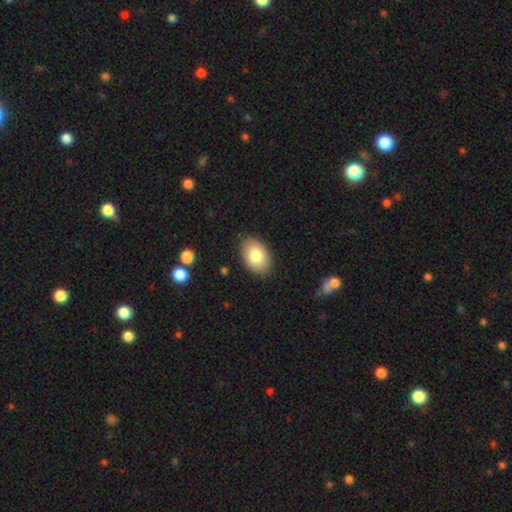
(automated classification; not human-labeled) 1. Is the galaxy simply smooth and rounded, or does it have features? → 81% smooth, 12% featured or disk, 7% star or artifact.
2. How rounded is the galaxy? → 87% in between, 12% round, 1% cigar-shaped.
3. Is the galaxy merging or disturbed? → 86% none, 11% minor disturbance, 2% major disturbance, 1% merger.